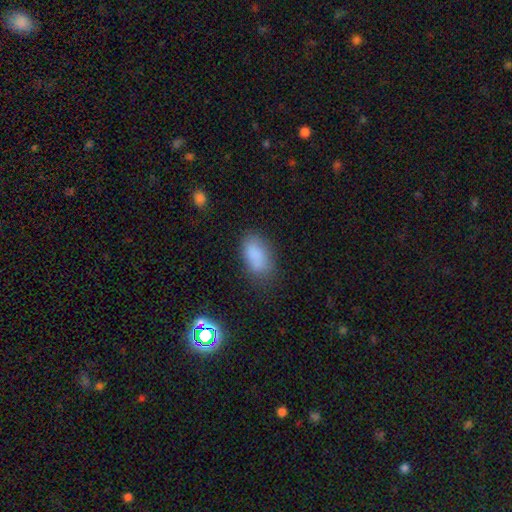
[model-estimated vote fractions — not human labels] Morphology: type=smooth (83%); roundness=in between (91%); merging=none (69%).